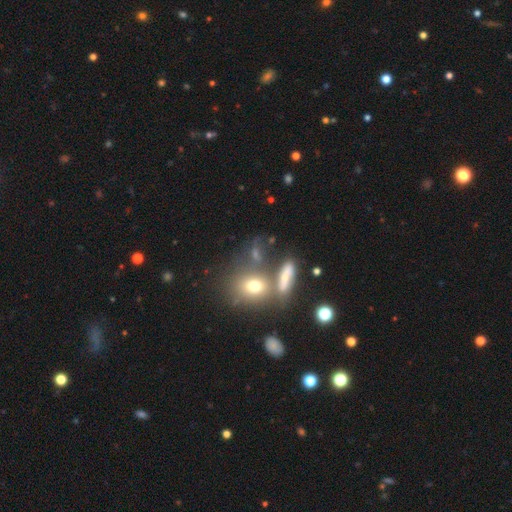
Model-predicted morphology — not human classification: This appears to be a smooth galaxy with no disk features (59%) that is round (45%). Merging: none (49%).